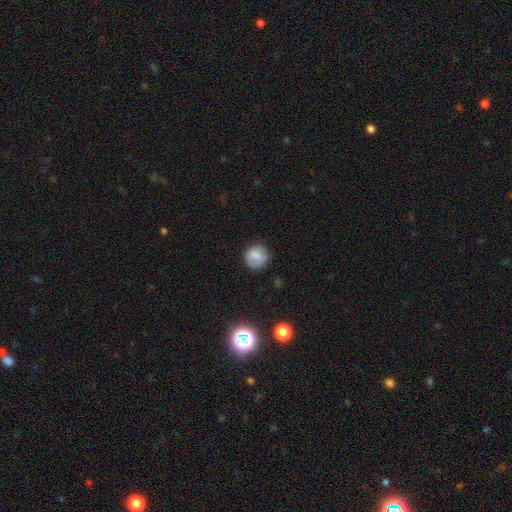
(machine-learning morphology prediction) Smooth or featured? smooth (77%)
How rounded? round (85%)
Merging? none (72%)